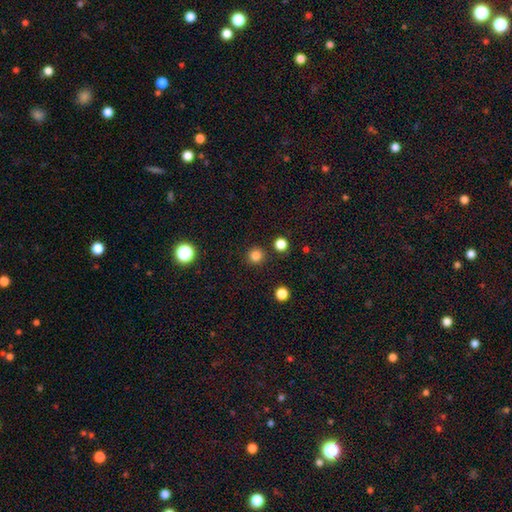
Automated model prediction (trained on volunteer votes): A smooth galaxy with no disk features (82%) that is round (96%).

Vote fractions:
- Smooth or featured? smooth: 82% / star or artifact: 14% / featured or disk: 4%
- How rounded? round: 96% / in between: 4% / cigar-shaped: 1%
- Merging? none: 90% / minor disturbance: 5% / merger: 3% / major disturbance: 2%